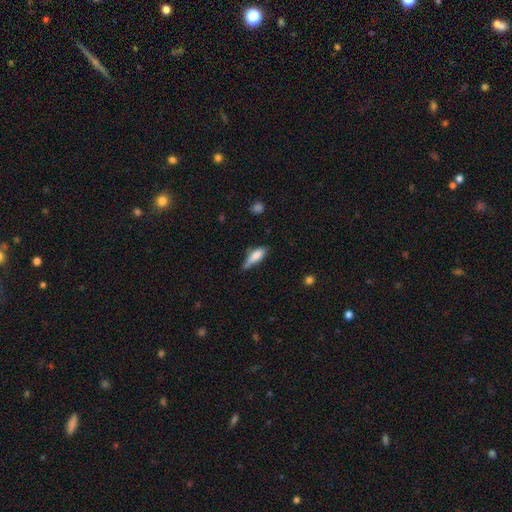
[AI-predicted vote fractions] Morphology: type=smooth (77%); roundness=in between (61%); merging=none (46%).